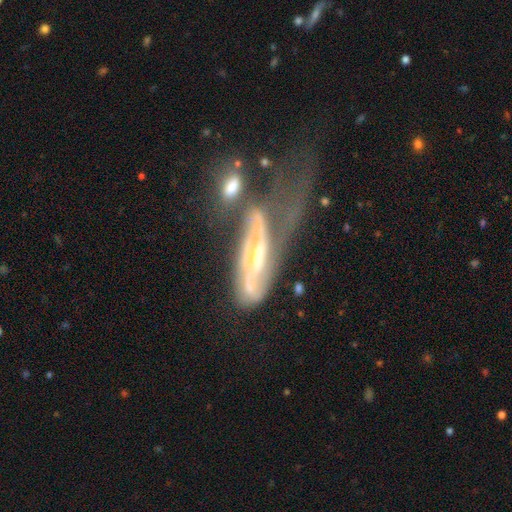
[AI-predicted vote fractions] smooth_or_featured: featured or disk (p=0.81) [alt: smooth p=0.13]
disk_edge_on: no (p=0.81) [alt: yes p=0.19]
bar: no (p=0.41) [alt: weak p=0.35]
has_spiral_arms: yes (p=0.88) [alt: no p=0.12]
spiral_winding: medium (p=0.39) [alt: loose p=0.34]
spiral_arm_count: 2 (p=0.62) [alt: can't tell p=0.21]
bulge_size: small (p=0.52) [alt: moderate p=0.42]
merging: merger (p=0.35) [alt: major disturbance p=0.34]